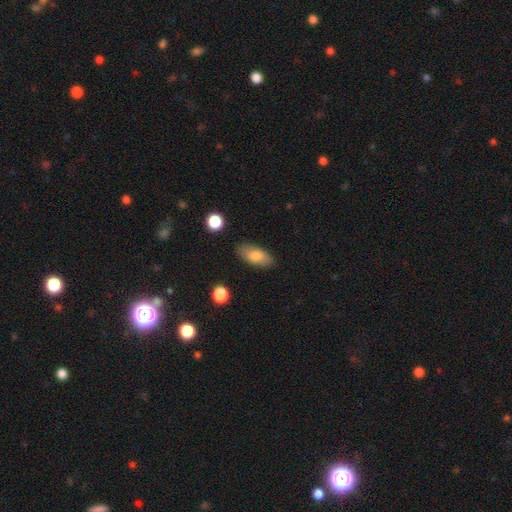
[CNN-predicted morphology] Overall: smooth (79%). How rounded: in between (90%). Merging: none (82%).